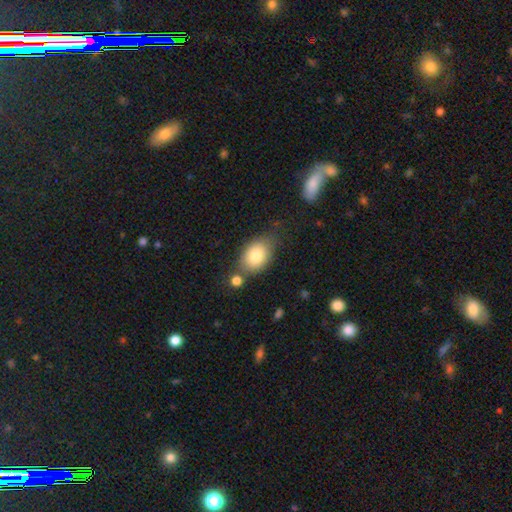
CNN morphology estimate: smooth_or_featured: smooth (p=0.80) [alt: featured or disk p=0.12]
how_rounded: in between (p=0.82) [alt: round p=0.17]
merging: none (p=0.62) [alt: minor disturbance p=0.20]